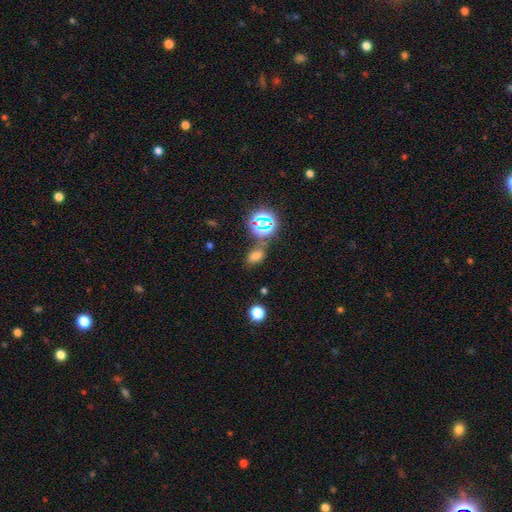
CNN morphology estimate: This is likely a smooth galaxy (63%). How rounded: clearly in between (82%). Merging: likely none (67%).